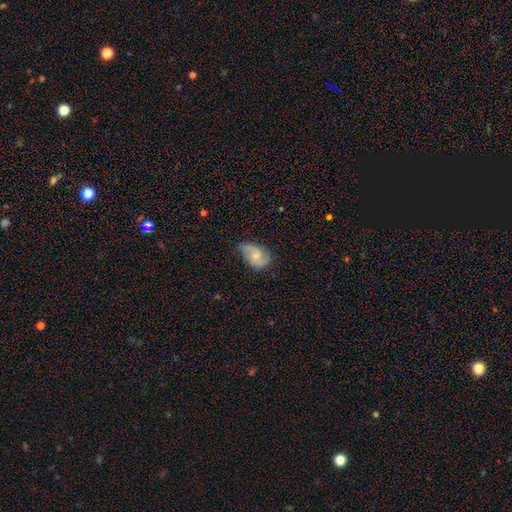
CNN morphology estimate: featured or disk 65%, smooth 29%, star or artifact 6%. Down the decision tree: edge-on disk — no (97%); bar — no (57%); spiral arms — yes (92%); spiral arm count — 2 (87%); spiral winding — medium (46%); bulge size — small (46%); merging — none (65%).